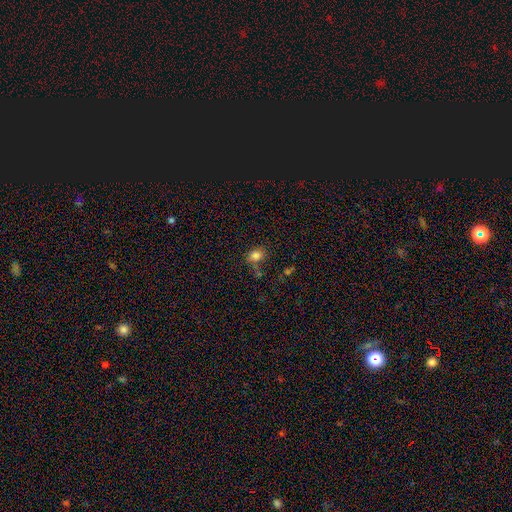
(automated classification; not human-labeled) A smooth galaxy with no disk features (81%) that is in between round and cigar-shaped (56%).

Vote fractions:
- Smooth or featured? smooth: 81% / star or artifact: 12% / featured or disk: 7%
- How rounded? in between: 56% / round: 43% / cigar-shaped: 1%
- Merging? none: 65% / minor disturbance: 19% / merger: 9% / major disturbance: 7%